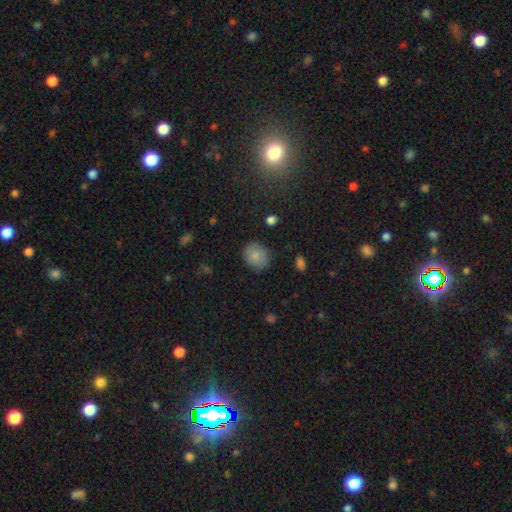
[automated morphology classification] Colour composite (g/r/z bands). It shows a smooth galaxy with no disk features (82%) that is round (59%). Merging: none (80%).